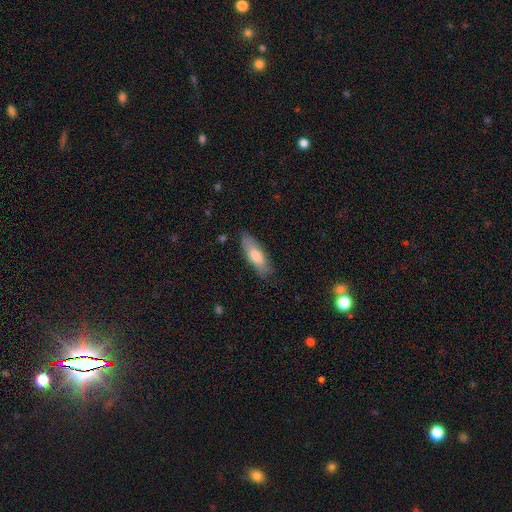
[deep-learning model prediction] A smooth galaxy with no disk features (70%) that is in between round and cigar-shaped (60%).

Vote fractions:
- Smooth or featured? smooth: 70% / featured or disk: 24% / star or artifact: 6%
- How rounded? in between: 60% / cigar-shaped: 38% / round: 2%
- Merging? none: 82% / minor disturbance: 14% / major disturbance: 3% / merger: 1%